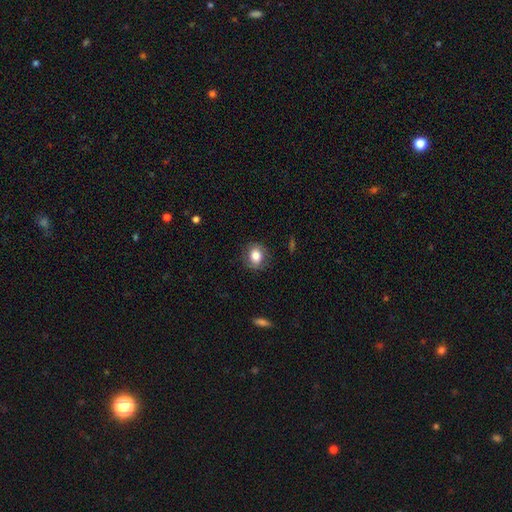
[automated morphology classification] Smooth or featured?
  - smooth: 77% *
  - featured or disk: 14%
  - star or artifact: 9%
How rounded?
  - round: 63% *
  - in between: 36%
  - cigar-shaped: 1%
Merging?
  - none: 82% *
  - minor disturbance: 13%
  - major disturbance: 4%
  - merger: 1%